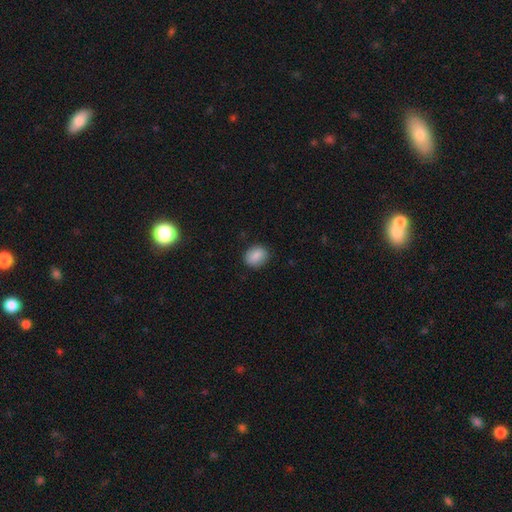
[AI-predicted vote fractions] Smooth or featured? smooth (87%)
How rounded? round (54%)
Merging? none (86%)